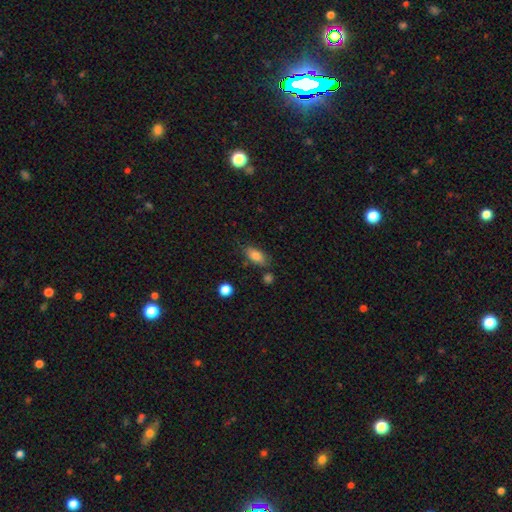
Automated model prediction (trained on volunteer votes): The model was most divided on "merging": none: 74%, minor disturbance: 17%, merger: 6%, major disturbance: 4%. More confident: how rounded — in between (88%); smooth or featured — smooth (82%).